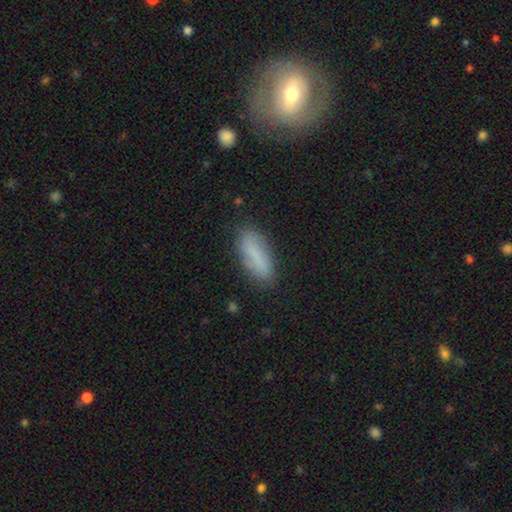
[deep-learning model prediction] smooth-or-featured: smooth: 77% | featured or disk: 16% | star or artifact: 8%
  how-rounded: in between: 56% | cigar-shaped: 41% | round: 2%
  merging: none: 80% | minor disturbance: 15% | major disturbance: 4% | merger: 2%